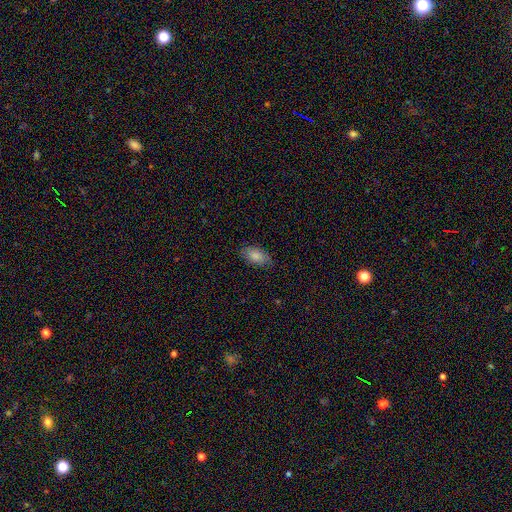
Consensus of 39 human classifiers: Morphology: type=smooth (87%); roundness=in between (97%); merging=none (86%).